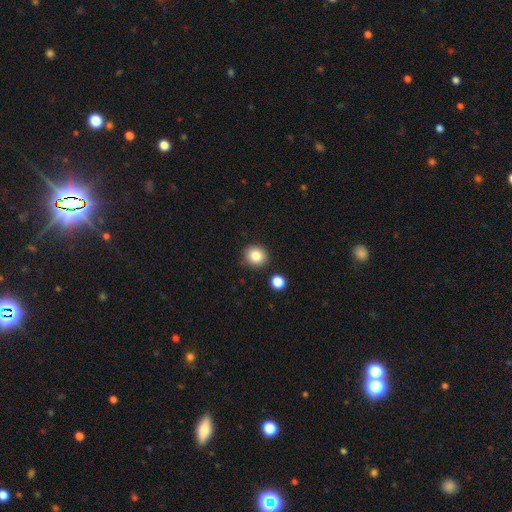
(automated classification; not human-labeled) The model was most divided on "smooth or featured": smooth: 84%, star or artifact: 10%, featured or disk: 6%. More confident: merging — none (88%); how rounded — round (87%).